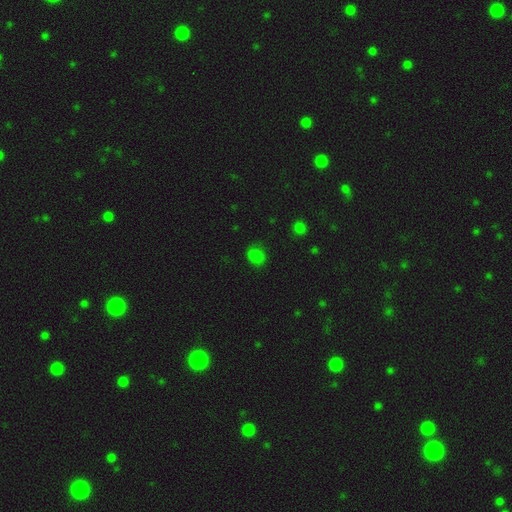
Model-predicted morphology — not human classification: Overall: smooth (78%). How rounded: round (57%; in between 42%). Merging: none (78%).